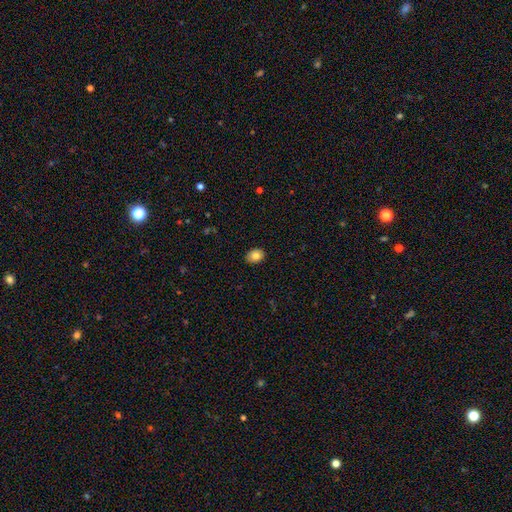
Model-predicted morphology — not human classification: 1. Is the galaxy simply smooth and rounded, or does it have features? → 82% smooth, 10% featured or disk, 9% star or artifact.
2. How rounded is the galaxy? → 65% in between, 34% round, 1% cigar-shaped.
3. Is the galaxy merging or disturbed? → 88% none, 9% minor disturbance, 2% major disturbance, 1% merger.